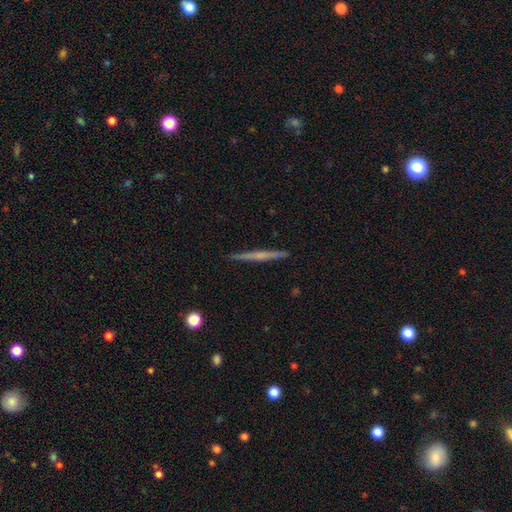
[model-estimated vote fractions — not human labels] Morphology: type=featured or disk (61%); edge-on=yes (98%); edge-on bulge=none (63%); merging=none (92%).